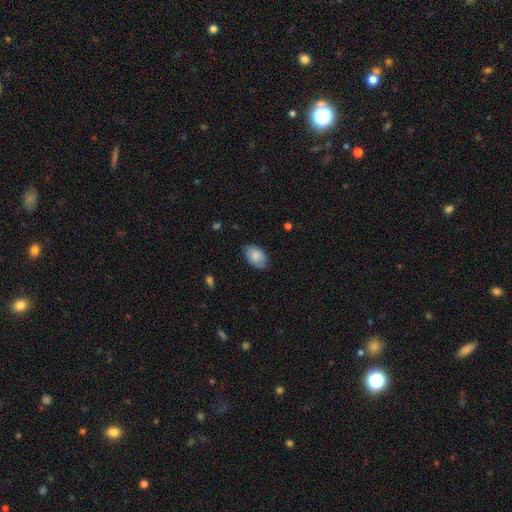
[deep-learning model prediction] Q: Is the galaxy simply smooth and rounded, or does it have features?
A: smooth — 83%.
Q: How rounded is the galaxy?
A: in between — 91%.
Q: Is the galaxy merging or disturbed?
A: none — 81%.